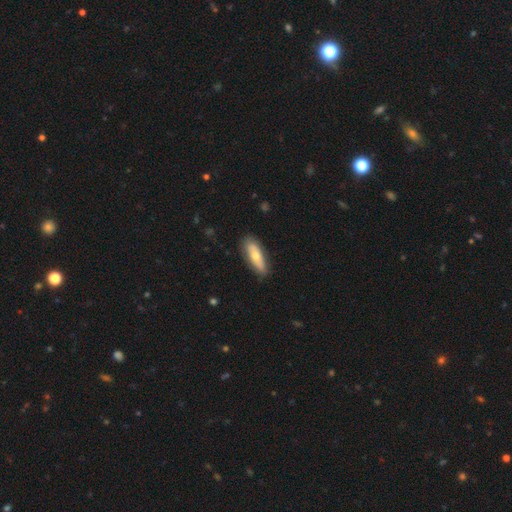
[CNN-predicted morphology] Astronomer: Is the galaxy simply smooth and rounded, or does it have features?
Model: smooth — 62%.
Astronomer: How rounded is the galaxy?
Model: in between — 55% (runner-up: cigar-shaped, 42%).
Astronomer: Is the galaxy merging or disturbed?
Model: none — 81%.